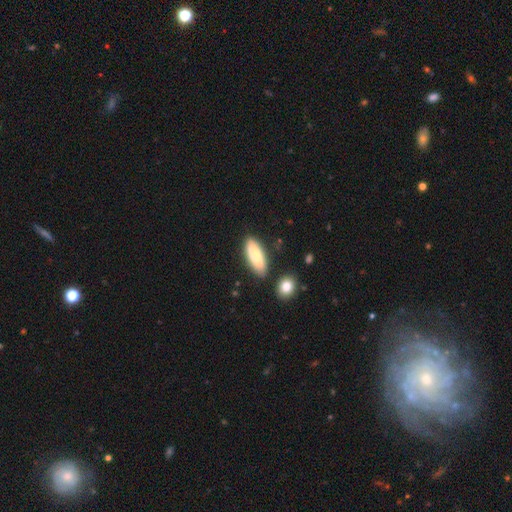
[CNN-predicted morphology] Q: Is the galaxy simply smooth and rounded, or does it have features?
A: smooth — 80%.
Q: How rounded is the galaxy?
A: in between — 68%.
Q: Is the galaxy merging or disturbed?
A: none — 81%.